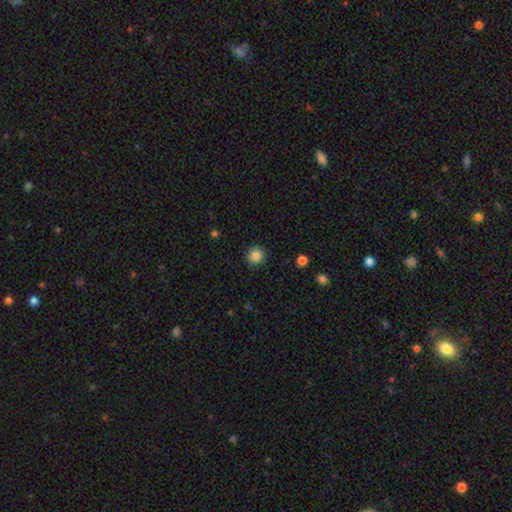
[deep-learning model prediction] smooth-or-featured: smooth: 86% | star or artifact: 10% | featured or disk: 4%
  how-rounded: round: 93% | in between: 7% | cigar-shaped: 1%
  merging: none: 90% | minor disturbance: 6% | major disturbance: 2% | merger: 1%